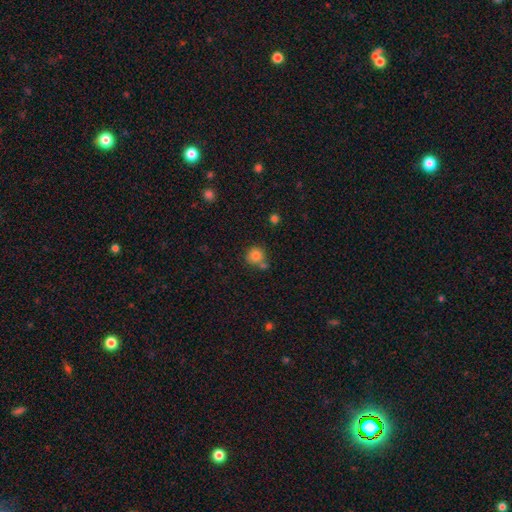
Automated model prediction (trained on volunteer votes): Smooth or featured? Predicted: smooth (p=0.82). How rounded? Predicted: round (p=0.90). Merging? Predicted: none (p=0.62).